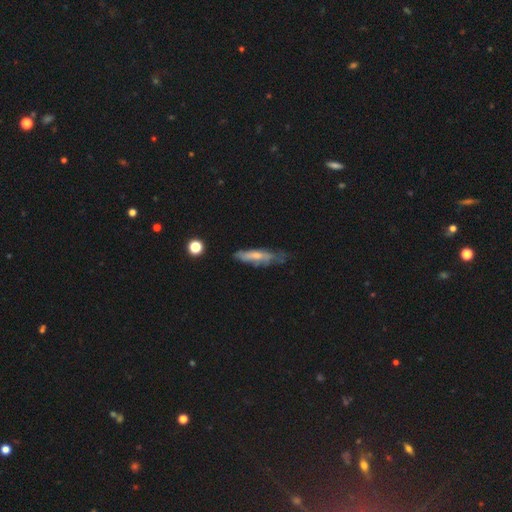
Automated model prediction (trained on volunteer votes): smooth 49%, featured or disk 44%, star or artifact 7%. Down the decision tree: merging — none (46%).